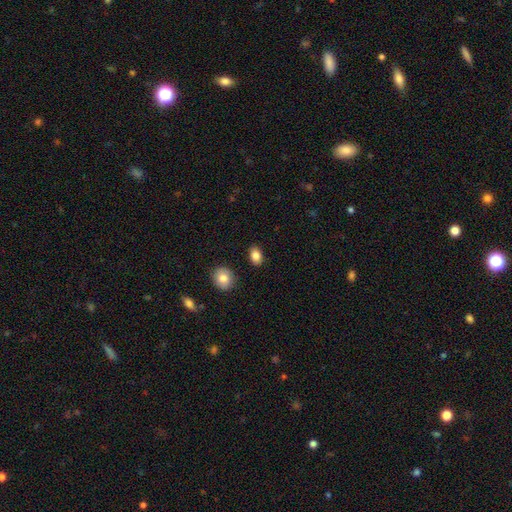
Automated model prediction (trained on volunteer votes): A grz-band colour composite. It shows a smooth galaxy with no disk features (85%) that is in between round and cigar-shaped (80%). Merging: none (87%).